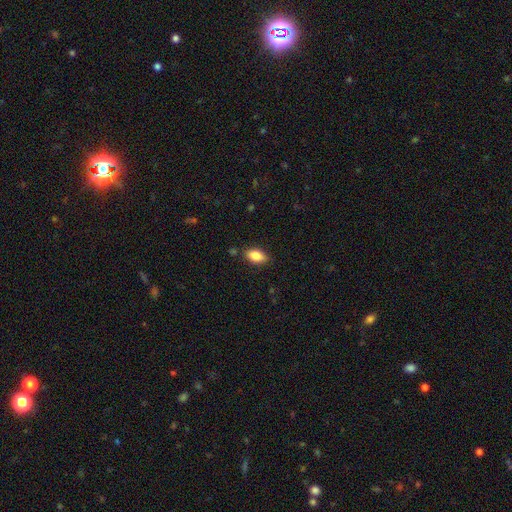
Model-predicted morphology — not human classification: Smooth or featured?
  - smooth: 85% *
  - star or artifact: 8%
  - featured or disk: 7%
How rounded?
  - in between: 91% *
  - round: 5%
  - cigar-shaped: 4%
Merging?
  - none: 84% *
  - minor disturbance: 12%
  - major disturbance: 2%
  - merger: 2%